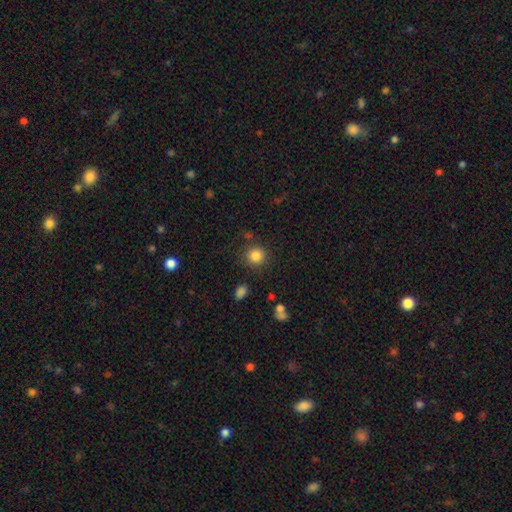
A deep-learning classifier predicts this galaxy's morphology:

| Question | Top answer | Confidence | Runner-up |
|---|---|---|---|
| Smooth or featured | smooth | 85% | star or artifact (11%) |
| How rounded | round | 90% | in between (9%) |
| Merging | none | 83% | minor disturbance (9%) |